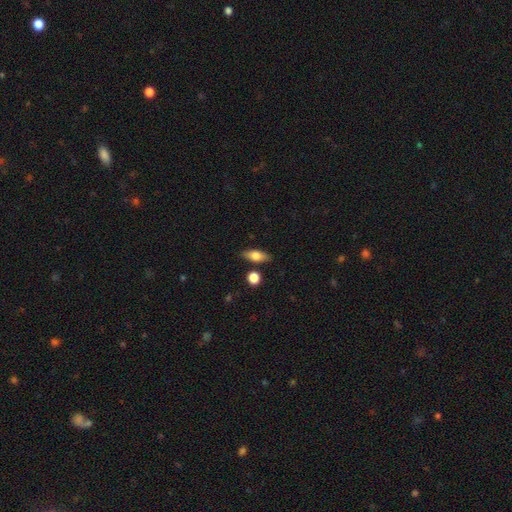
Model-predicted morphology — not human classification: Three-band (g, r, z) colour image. It shows a smooth galaxy with no disk features (69%) that is in between round and cigar-shaped (73%). Merging: none (82%).